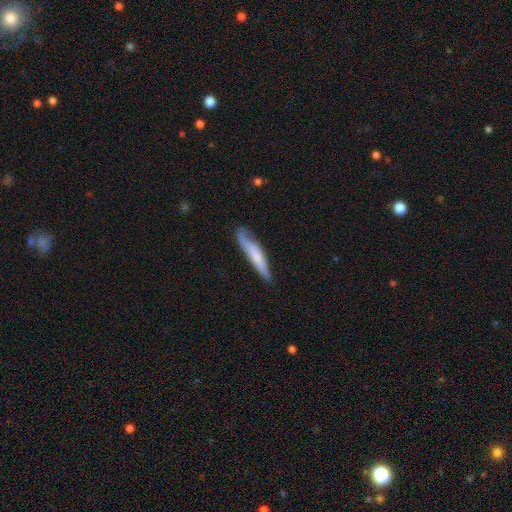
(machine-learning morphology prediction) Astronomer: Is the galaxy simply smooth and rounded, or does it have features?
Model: smooth — 62%.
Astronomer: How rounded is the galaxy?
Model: cigar-shaped — 89%.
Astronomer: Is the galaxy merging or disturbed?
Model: none — 65%.